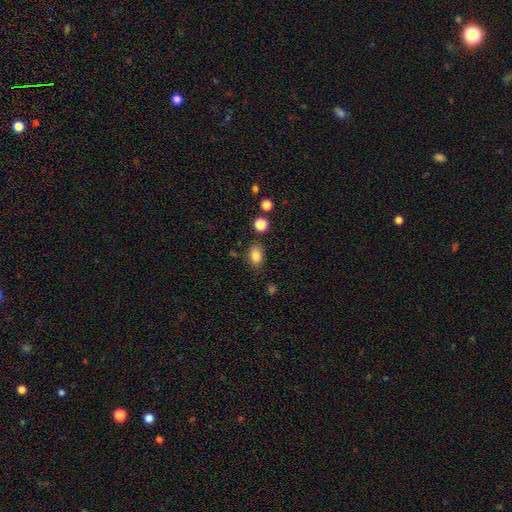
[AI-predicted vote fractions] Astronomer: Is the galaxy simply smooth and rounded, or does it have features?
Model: smooth — 84%.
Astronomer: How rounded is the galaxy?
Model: in between — 79%.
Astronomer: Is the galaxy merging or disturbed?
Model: none — 79%.